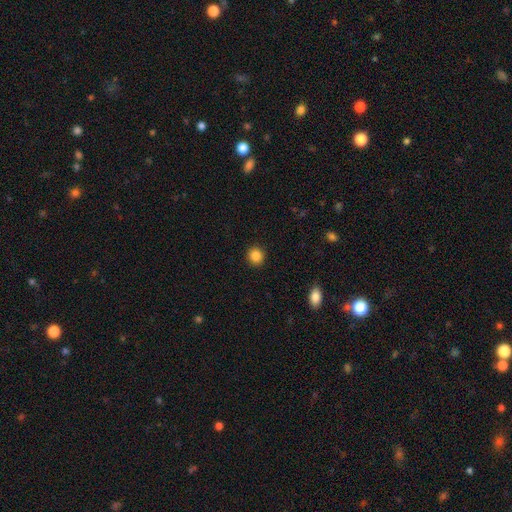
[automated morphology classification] A smooth galaxy with no disk features (86%) that is round (90%). Merging: none (92%).